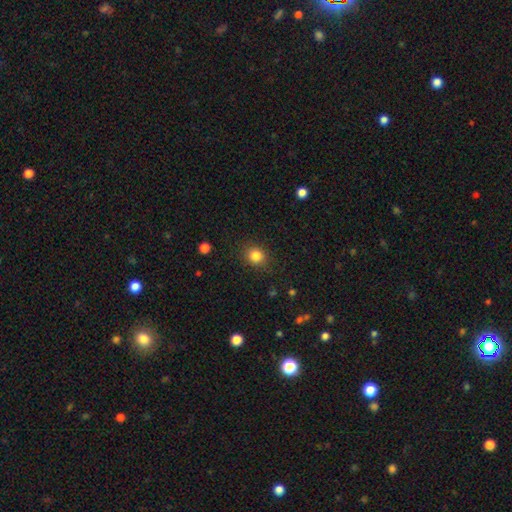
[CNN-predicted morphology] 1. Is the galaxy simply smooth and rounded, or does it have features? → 84% smooth, 11% star or artifact, 5% featured or disk.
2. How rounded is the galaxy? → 76% round, 23% in between, 1% cigar-shaped.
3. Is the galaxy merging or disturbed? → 86% none, 10% minor disturbance, 3% major disturbance, 1% merger.